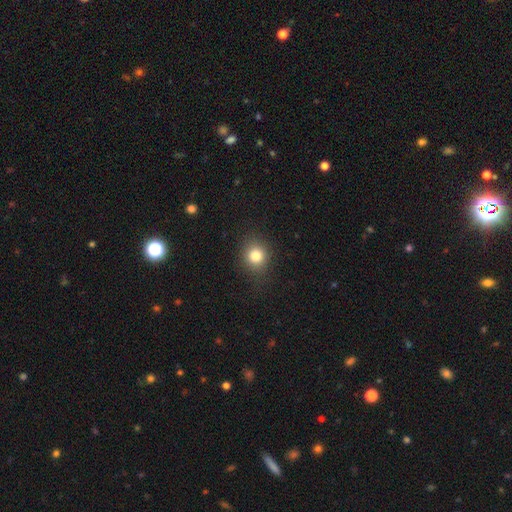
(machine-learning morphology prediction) type=smooth (81%); roundness=round (80%); merging=none (85%).